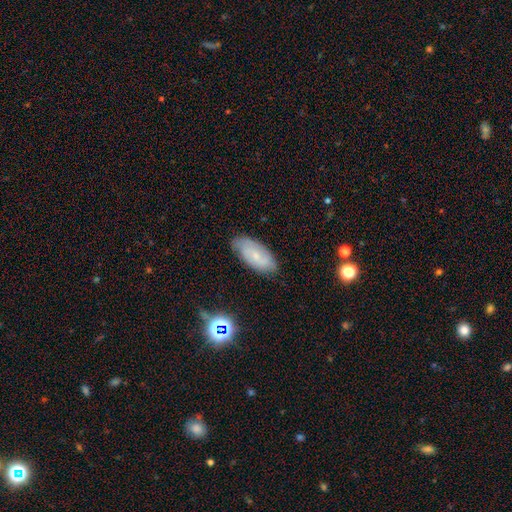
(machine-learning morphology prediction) Smooth or featured? Predicted: featured or disk (p=0.48). Merging? Predicted: none (p=0.76).